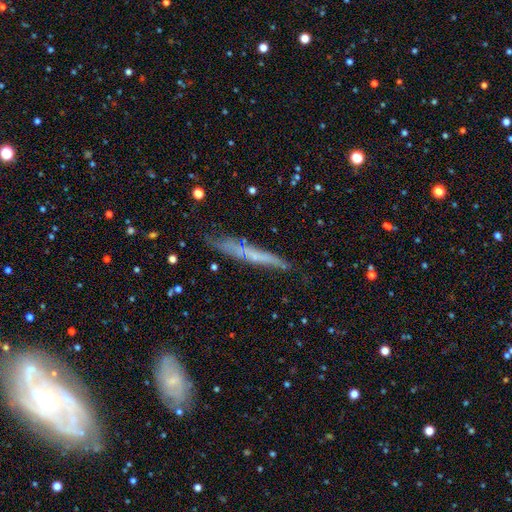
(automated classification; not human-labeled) featured or disk 49%, smooth 42%, star or artifact 9%. Down the decision tree: merging — none (73%).